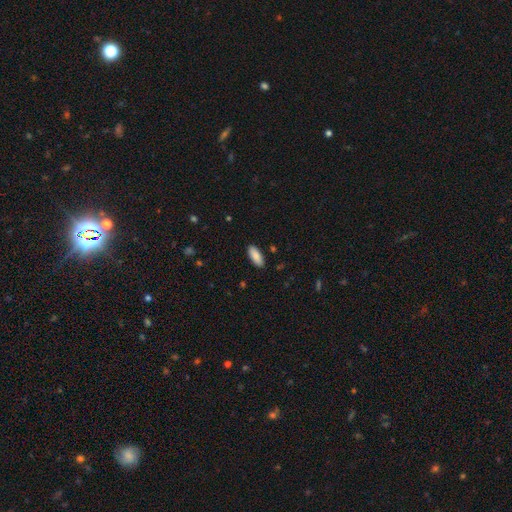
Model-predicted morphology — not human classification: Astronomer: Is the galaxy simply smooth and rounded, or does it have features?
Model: smooth — 88%.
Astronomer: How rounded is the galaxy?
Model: in between — 81%.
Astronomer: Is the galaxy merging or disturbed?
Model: none — 89%.